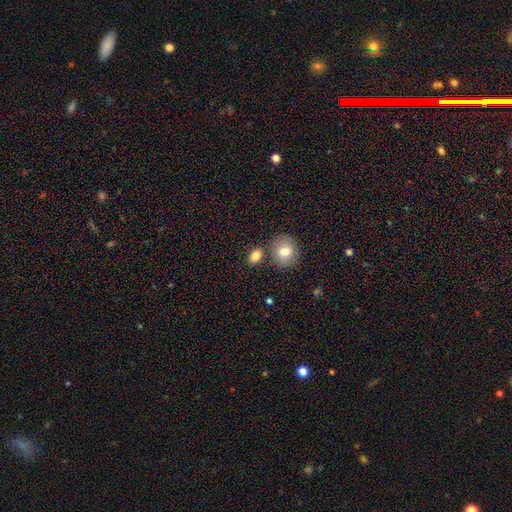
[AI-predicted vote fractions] Smooth or featured?
  - smooth: 83% *
  - star or artifact: 9%
  - featured or disk: 8%
How rounded?
  - in between: 66% *
  - round: 33%
  - cigar-shaped: 2%
Merging?
  - none: 70% *
  - merger: 16%
  - minor disturbance: 11%
  - major disturbance: 3%